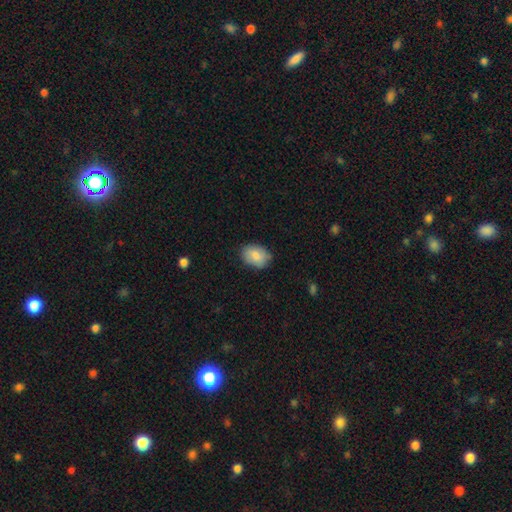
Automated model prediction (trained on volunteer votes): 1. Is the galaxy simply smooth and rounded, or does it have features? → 83% smooth, 10% featured or disk, 7% star or artifact.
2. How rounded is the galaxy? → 75% in between, 24% round, 1% cigar-shaped.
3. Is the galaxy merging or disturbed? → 79% none, 17% minor disturbance, 3% major disturbance, 1% merger.